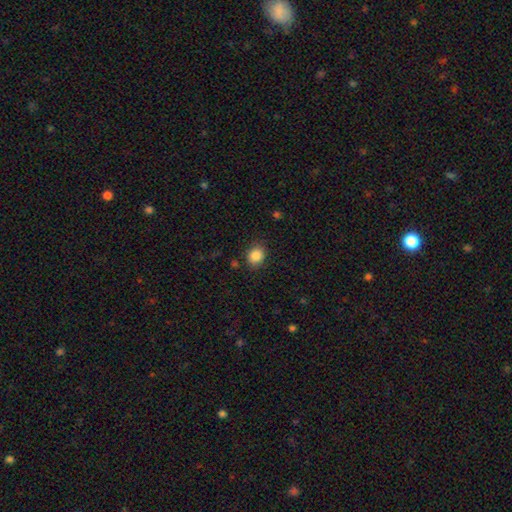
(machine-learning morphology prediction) Smooth or featured: smooth — 87% (star or artifact — 9%)
How rounded: round — 63% (in between — 36%)
Merging: none — 84% (minor disturbance — 11%)